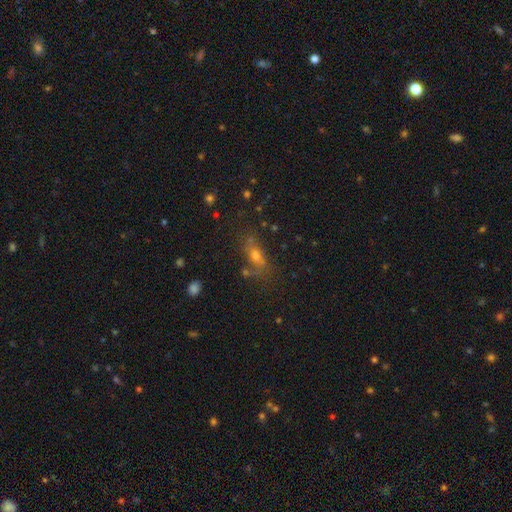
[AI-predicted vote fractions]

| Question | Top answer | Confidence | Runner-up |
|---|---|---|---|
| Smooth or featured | smooth | 53% | featured or disk (24%) |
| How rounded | in between | 62% | cigar-shaped (21%) |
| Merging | none | 61% | minor disturbance (18%) |